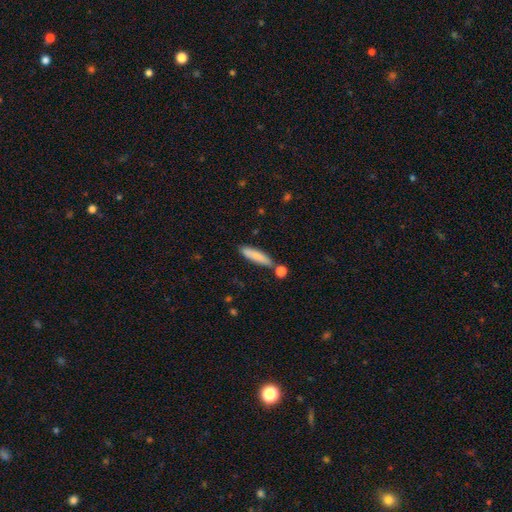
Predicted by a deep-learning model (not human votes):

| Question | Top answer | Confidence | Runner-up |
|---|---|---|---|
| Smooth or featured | smooth | 80% | featured or disk (14%) |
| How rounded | cigar-shaped | 80% | in between (18%) |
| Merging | none | 74% | minor disturbance (13%) |